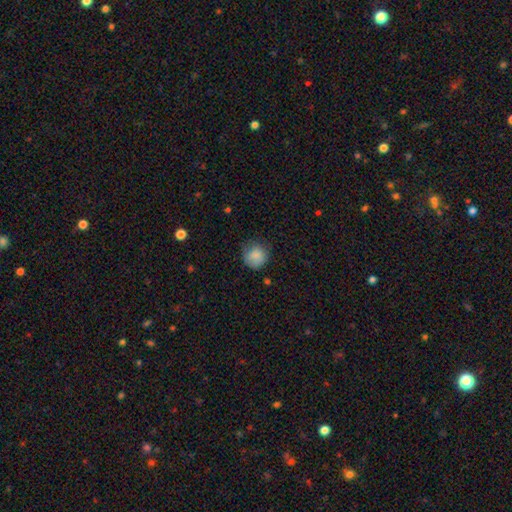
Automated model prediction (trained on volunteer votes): Smooth or featured? Predicted: smooth (p=0.84). How rounded? Predicted: round (p=0.89). Merging? Predicted: none (p=0.65).